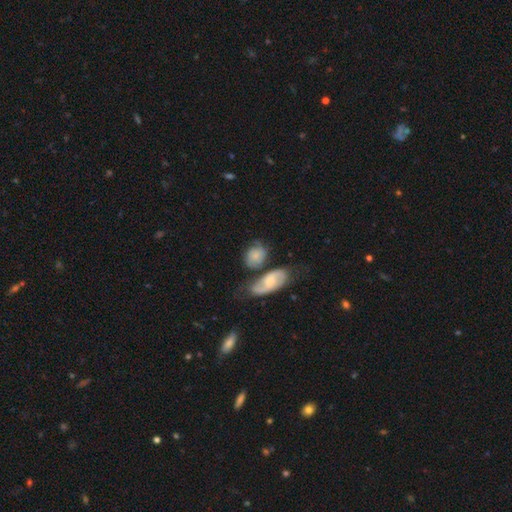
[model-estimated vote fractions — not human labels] Smooth or featured? Predicted: smooth (p=0.54). How rounded? Predicted: in between (p=0.51). Merging? Predicted: none (p=0.42).